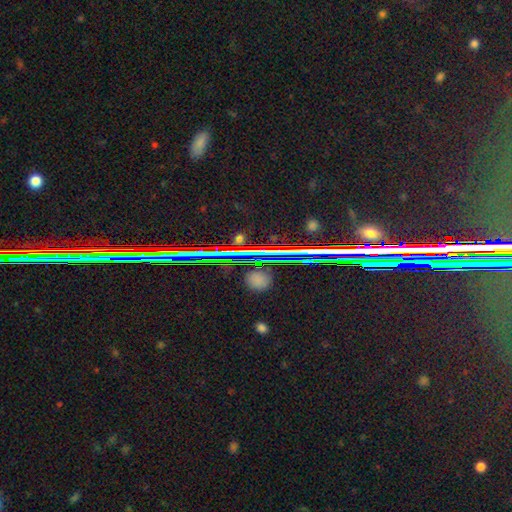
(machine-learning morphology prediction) Q: Smooth or featured?
A: star or artifact (83%); runner-up: featured or disk (9%)